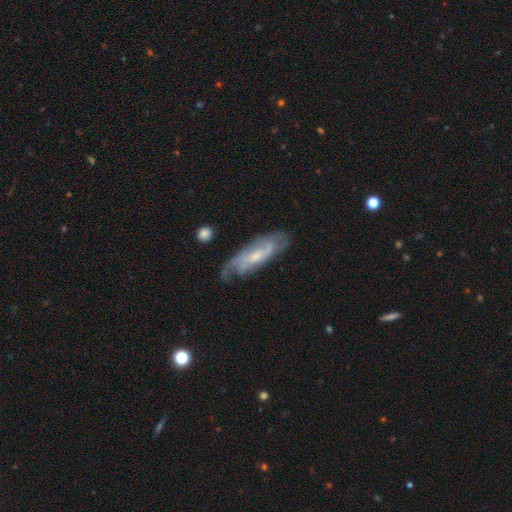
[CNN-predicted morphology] featured or disk 72%, smooth 22%, star or artifact 6%. Down the decision tree: edge-on disk — no (79%); bar — no (51%); spiral arms — yes (87%); bulge size — small (49%); merging — none (63%).